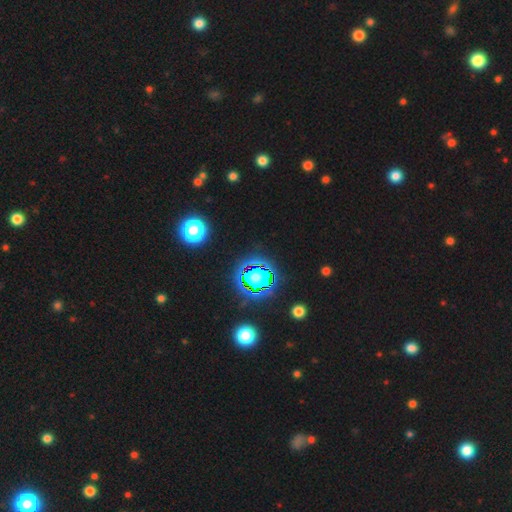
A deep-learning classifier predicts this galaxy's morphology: star or artifact 79%, smooth 13%, featured or disk 8%.